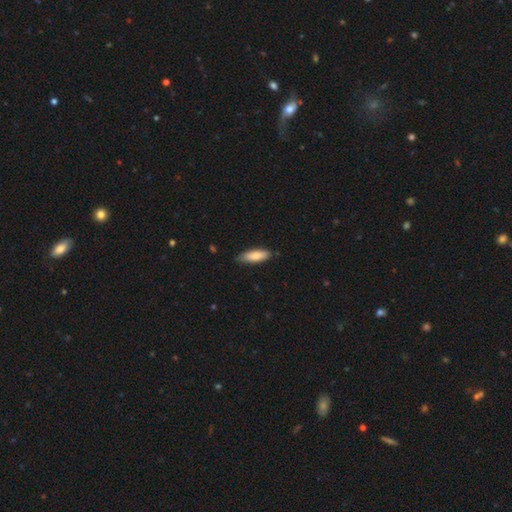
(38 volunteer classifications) Morphology: type=smooth (84%); roundness=in between (69%); merging=none (80%).